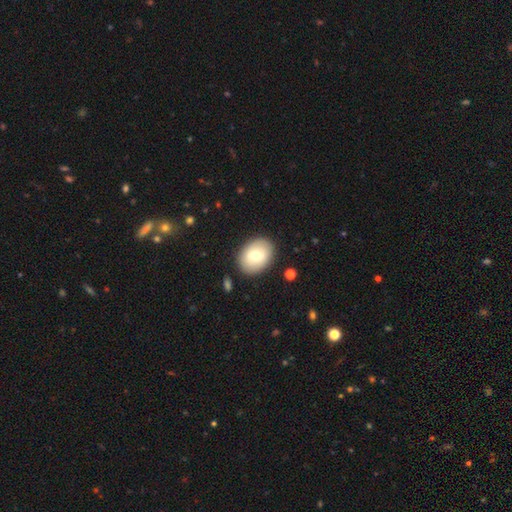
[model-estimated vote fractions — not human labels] smooth_or_featured: smooth (p=0.70) [alt: featured or disk p=0.23]
how_rounded: in between (p=0.65) [alt: round p=0.34]
merging: none (p=0.87) [alt: minor disturbance p=0.09]